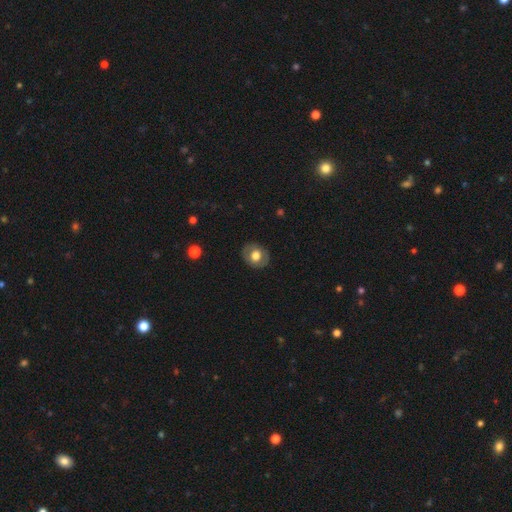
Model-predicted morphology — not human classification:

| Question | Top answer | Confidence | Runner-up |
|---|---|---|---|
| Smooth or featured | smooth | 60% | featured or disk (33%) |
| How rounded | round | 62% | in between (37%) |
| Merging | none | 84% | minor disturbance (11%) |